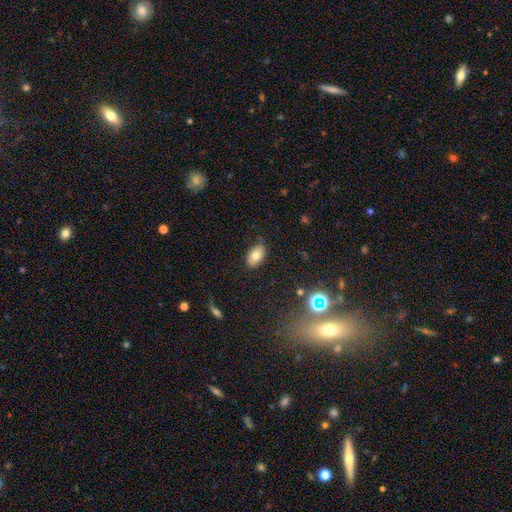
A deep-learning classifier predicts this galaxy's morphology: A smooth galaxy with no disk features (77%) that is in between round and cigar-shaped (92%).

Vote fractions:
- Smooth or featured? smooth: 77% / featured or disk: 13% / star or artifact: 10%
- How rounded? in between: 92% / round: 6% / cigar-shaped: 2%
- Merging? none: 81% / minor disturbance: 15% / major disturbance: 3% / merger: 2%